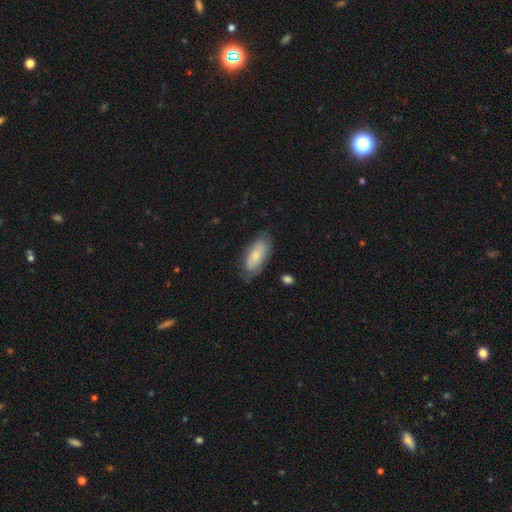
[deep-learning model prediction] The model was most divided on "merging": none: 72%, minor disturbance: 21%, major disturbance: 5%, merger: 2%. More confident: how rounded — in between (86%); smooth or featured — smooth (75%).